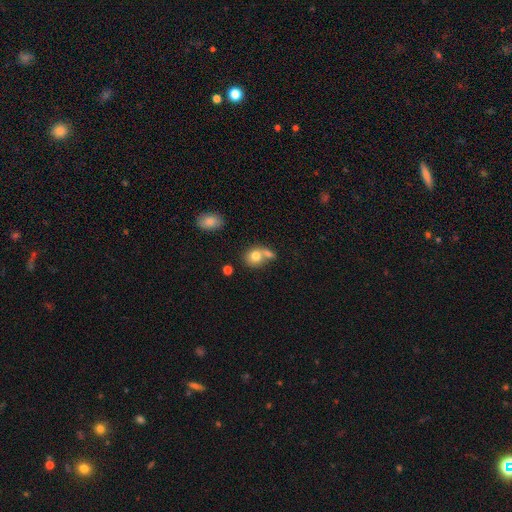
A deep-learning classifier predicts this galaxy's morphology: A smooth galaxy with no disk features (76%) that is round (61%). Merging: merger (54%).